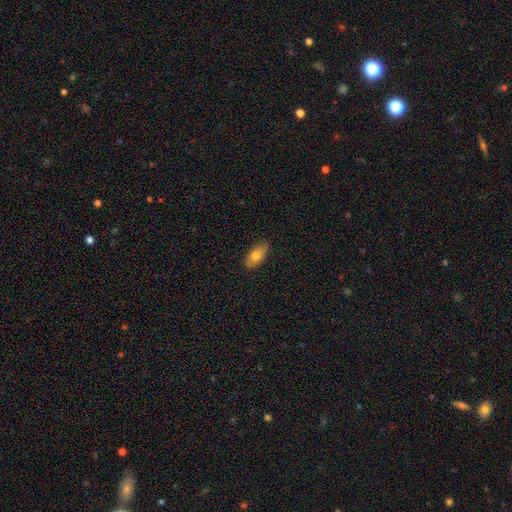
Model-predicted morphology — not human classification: This is likely a smooth galaxy (75%). How rounded: clearly in between (89%). Merging: clearly none (86%).